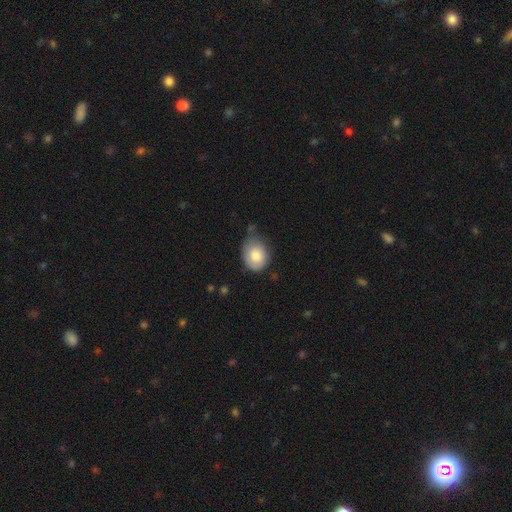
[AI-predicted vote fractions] This is clearly a smooth galaxy (82%). How rounded: possibly in between (53%). Merging: possibly none (51%).